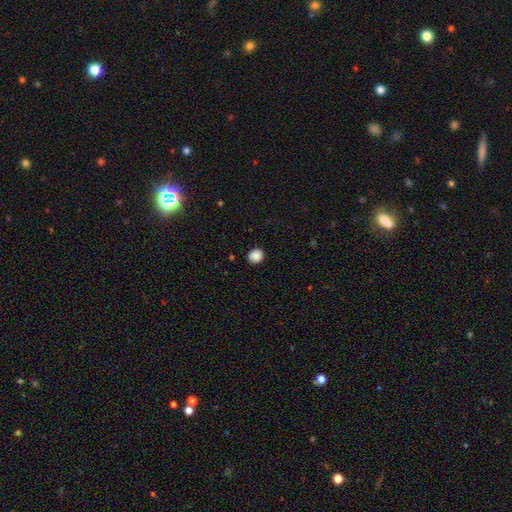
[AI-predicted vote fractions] Smooth or featured?
  - smooth: 88% *
  - star or artifact: 9%
  - featured or disk: 3%
How rounded?
  - round: 75% *
  - in between: 24%
  - cigar-shaped: 1%
Merging?
  - none: 90% *
  - minor disturbance: 7%
  - major disturbance: 2%
  - merger: 1%